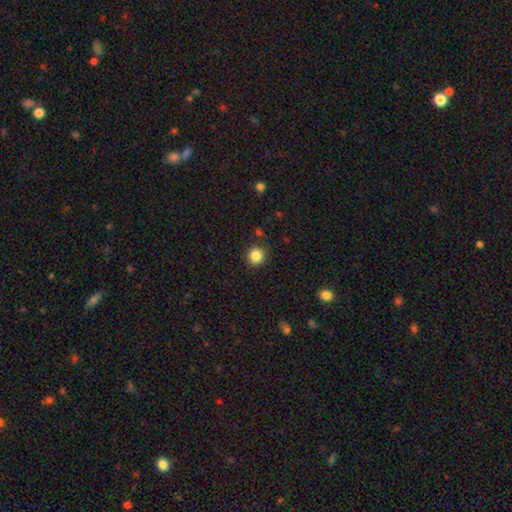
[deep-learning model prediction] smooth 85%, star or artifact 11%, featured or disk 4%. Down the decision tree: how rounded — round (93%); merging — none (90%).